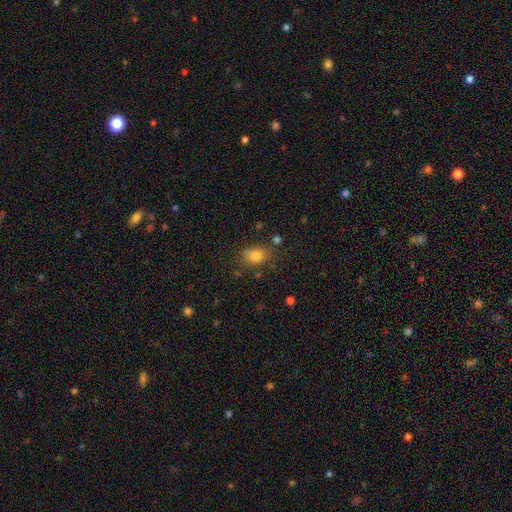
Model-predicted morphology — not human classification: Smooth or featured: smooth — 79% (star or artifact — 13%)
How rounded: in between — 65% (round — 33%)
Merging: none — 64% (minor disturbance — 21%)